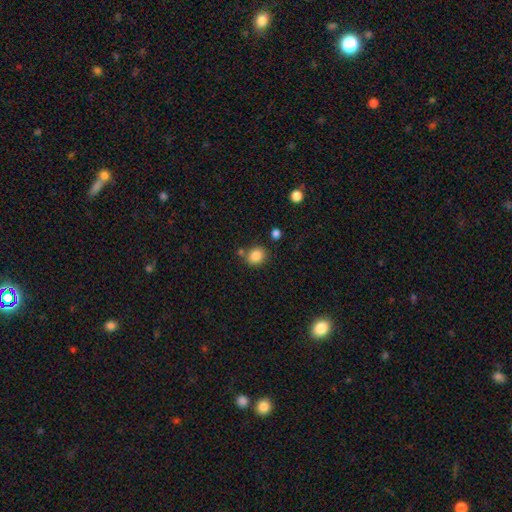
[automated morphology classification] smooth-or-featured: smooth: 85% | star or artifact: 10% | featured or disk: 5%
  how-rounded: round: 67% | in between: 32% | cigar-shaped: 1%
  merging: none: 73% | minor disturbance: 12% | merger: 11% | major disturbance: 4%